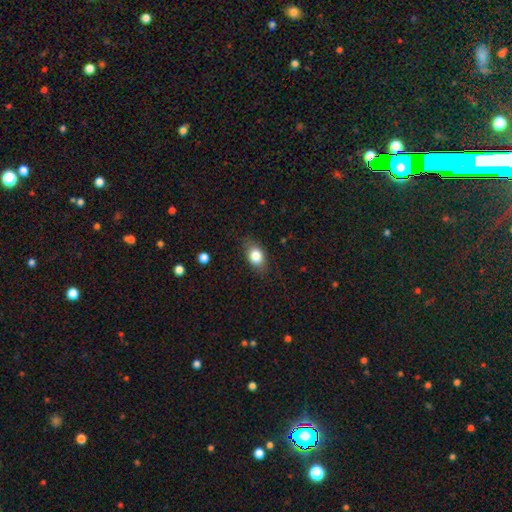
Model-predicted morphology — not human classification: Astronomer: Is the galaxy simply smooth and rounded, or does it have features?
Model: smooth — 81%.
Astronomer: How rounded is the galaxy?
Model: in between — 75%.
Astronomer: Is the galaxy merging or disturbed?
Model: none — 78%.